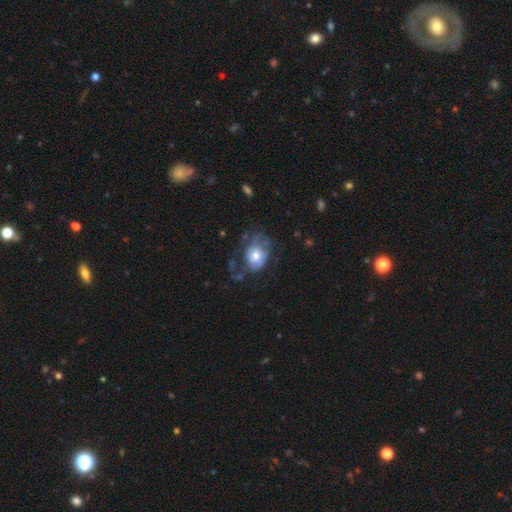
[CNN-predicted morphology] Smooth or featured: smooth — 49% (featured or disk — 43%)
Merging: none — 35% (major disturbance — 34%)